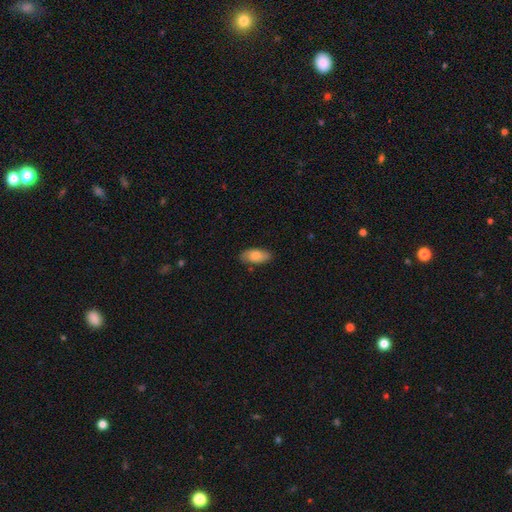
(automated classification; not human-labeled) smooth-or-featured: smooth: 76% | featured or disk: 18% | star or artifact: 6%
  how-rounded: in between: 91% | cigar-shaped: 6% | round: 3%
  merging: none: 81% | minor disturbance: 15% | major disturbance: 3% | merger: 1%